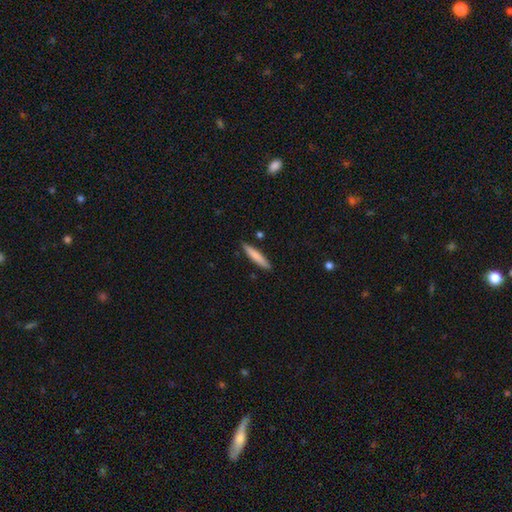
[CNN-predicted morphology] smooth_or_featured: smooth (p=0.77) [alt: featured or disk p=0.17]
how_rounded: cigar-shaped (p=0.90) [alt: in between p=0.08]
merging: none (p=0.86) [alt: minor disturbance p=0.10]